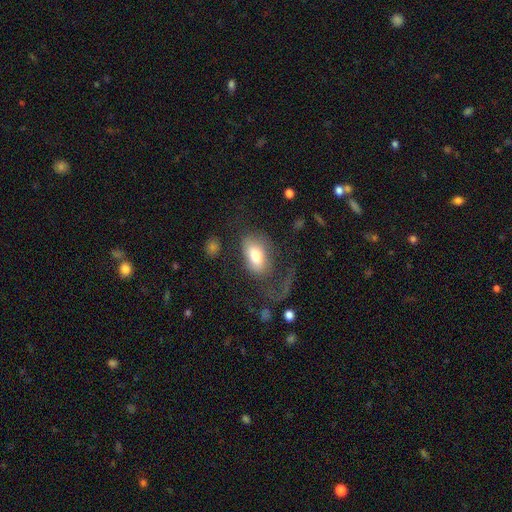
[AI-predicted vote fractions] smooth-or-featured: smooth: 71% | featured or disk: 22% | star or artifact: 7%
  how-rounded: in between: 91% | round: 6% | cigar-shaped: 2%
  merging: major disturbance: 45% | none: 34% | minor disturbance: 16% | merger: 4%